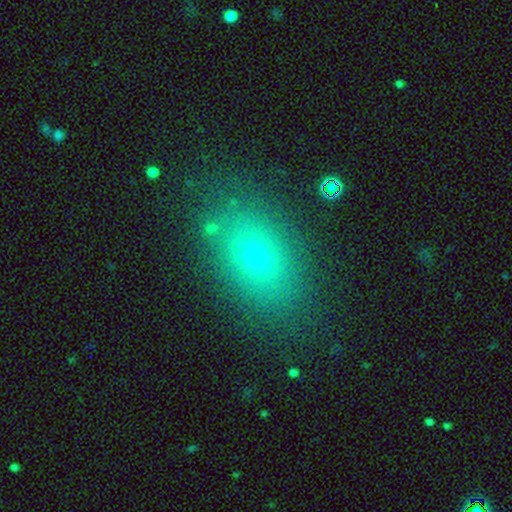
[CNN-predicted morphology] smooth-or-featured: smooth: 60% | star or artifact: 21% | featured or disk: 19%
  how-rounded: in between: 72% | round: 25% | cigar-shaped: 3%
  merging: none: 80% | minor disturbance: 11% | major disturbance: 5% | merger: 4%